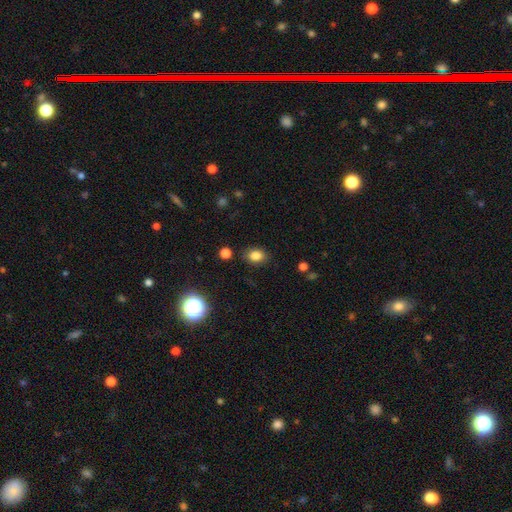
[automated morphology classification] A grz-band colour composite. It shows a smooth galaxy with no disk features (83%) that is in between round and cigar-shaped (70%). Merging: none (83%).